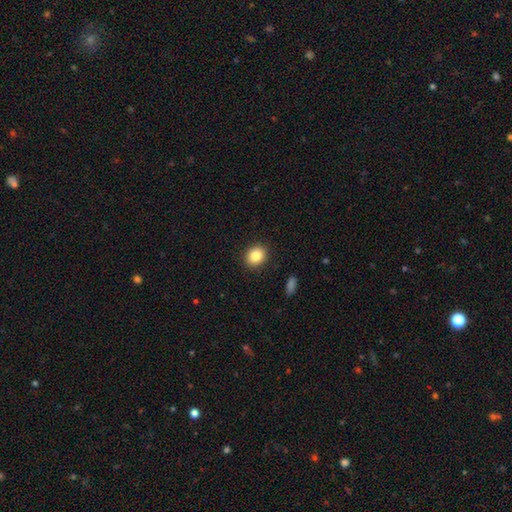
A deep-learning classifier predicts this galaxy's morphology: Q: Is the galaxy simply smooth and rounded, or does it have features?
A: smooth — 85%.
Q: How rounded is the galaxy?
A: round — 64%.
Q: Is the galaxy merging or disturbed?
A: none — 90%.